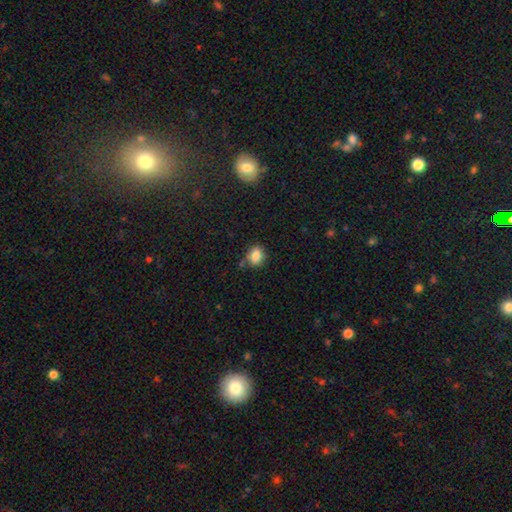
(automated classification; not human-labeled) The model was most divided on "how rounded": in between: 52%, round: 46%, cigar-shaped: 1%. More confident: smooth or featured — smooth (83%); merging — none (70%).